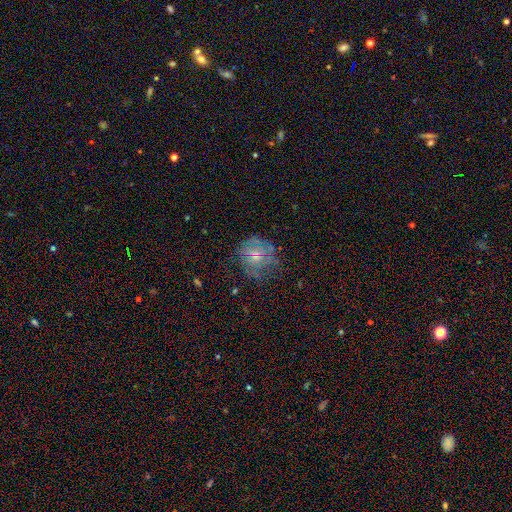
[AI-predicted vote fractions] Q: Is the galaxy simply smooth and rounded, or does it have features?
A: featured or disk — 49%.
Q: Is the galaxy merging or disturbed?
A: none — 65%.